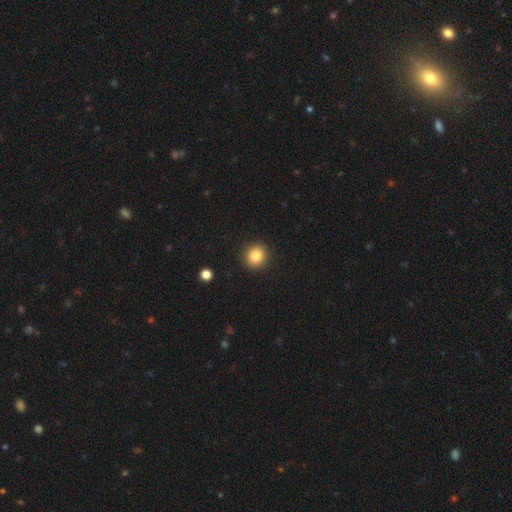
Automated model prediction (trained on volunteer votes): A smooth galaxy with no disk features (84%) that is round (89%).

Vote fractions:
- Smooth or featured? smooth: 84% / star or artifact: 10% / featured or disk: 6%
- How rounded? round: 89% / in between: 10% / cigar-shaped: 1%
- Merging? none: 92% / minor disturbance: 5% / major disturbance: 2% / merger: 1%